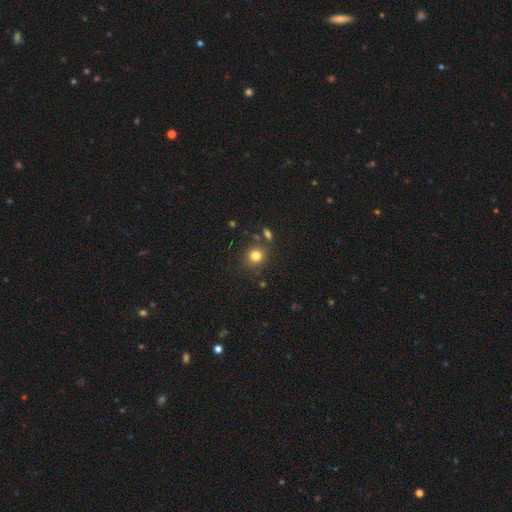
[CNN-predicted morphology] Smooth or featured?
  - smooth: 79% *
  - star or artifact: 13%
  - featured or disk: 8%
How rounded?
  - round: 81% *
  - in between: 19%
  - cigar-shaped: 1%
Merging?
  - none: 78% *
  - minor disturbance: 10%
  - merger: 8%
  - major disturbance: 3%